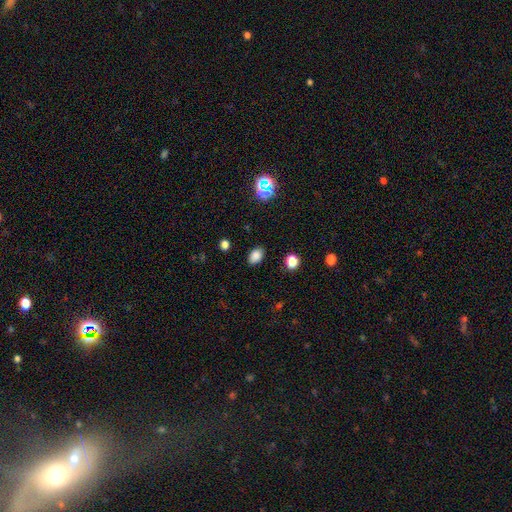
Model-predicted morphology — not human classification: smooth-or-featured: smooth: 82% | star or artifact: 13% | featured or disk: 5%
  how-rounded: in between: 84% | round: 15% | cigar-shaped: 1%
  merging: none: 86% | minor disturbance: 10% | major disturbance: 3% | merger: 1%